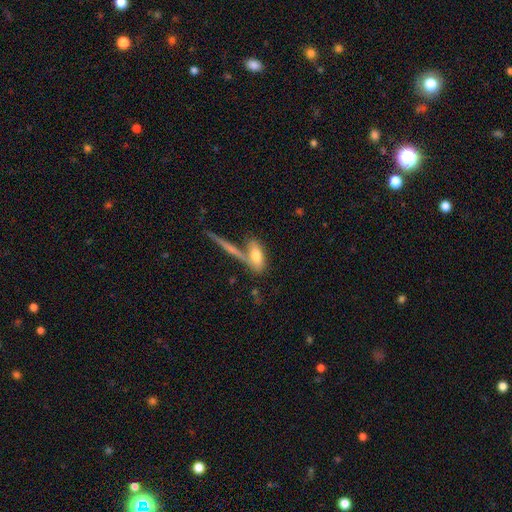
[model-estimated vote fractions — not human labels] The model was most divided on "merging": none: 50%, merger: 29%, minor disturbance: 14%, major disturbance: 7%. More confident: how rounded — in between (69%); smooth or featured — smooth (67%).